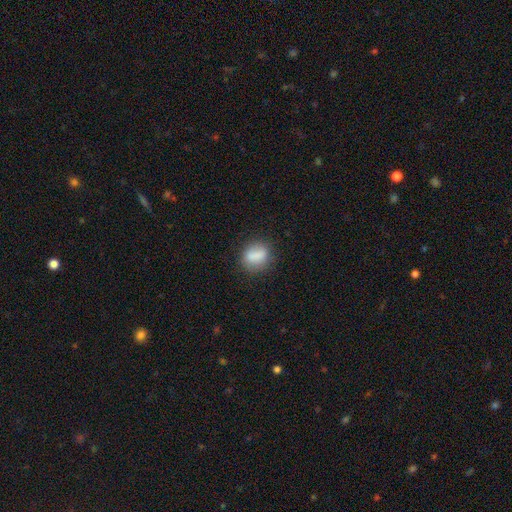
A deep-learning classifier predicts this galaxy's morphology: The model was most divided on "how rounded": in between: 49%, round: 48%, cigar-shaped: 3%. More confident: smooth or featured — smooth (83%); merging — none (77%).